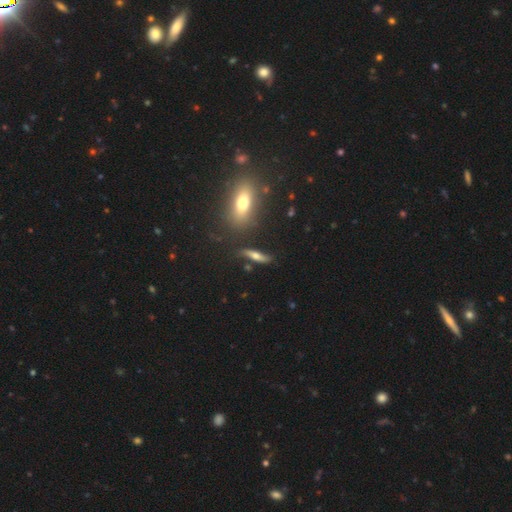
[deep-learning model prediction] A smooth galaxy with no disk features (45%, tied with featured or disk). Merging: none (76%).